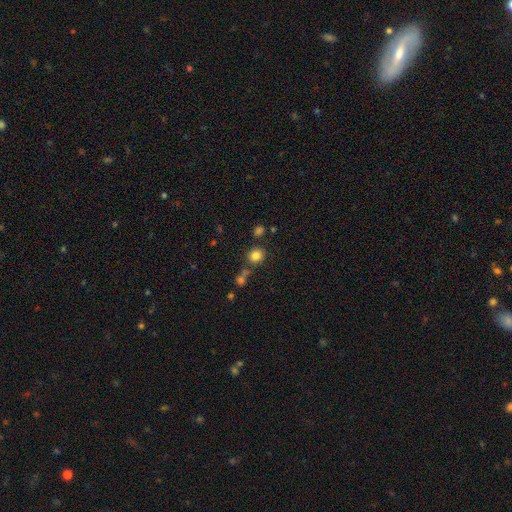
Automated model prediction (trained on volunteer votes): smooth_or_featured: smooth (p=0.80) [alt: star or artifact p=0.13]
how_rounded: round (p=0.84) [alt: in between p=0.15]
merging: none (p=0.74) [alt: merger p=0.12]